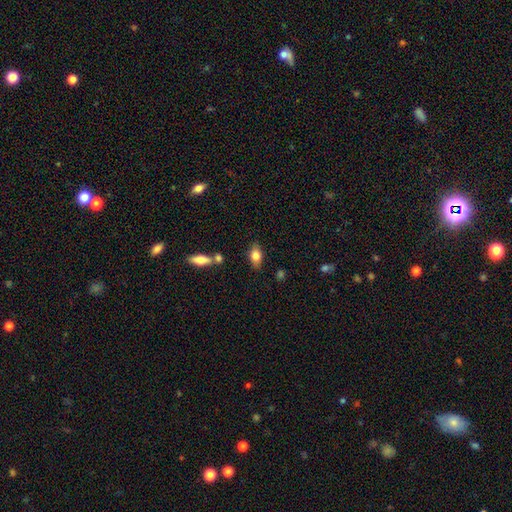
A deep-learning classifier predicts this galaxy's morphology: A smooth galaxy with no disk features (77%) that is in between round and cigar-shaped (85%). Merging: none (78%).